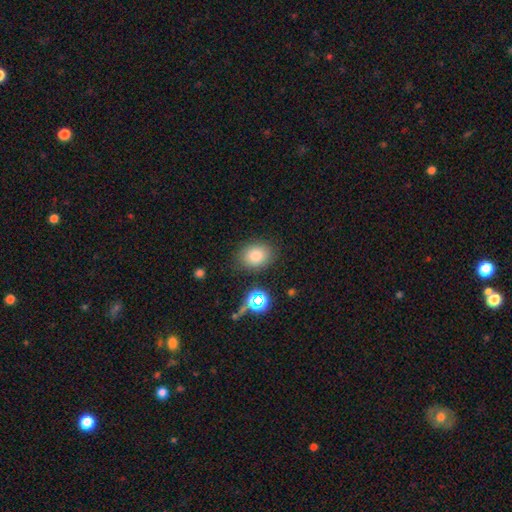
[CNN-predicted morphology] smooth_or_featured: smooth (p=0.77) [alt: star or artifact p=0.14]
how_rounded: in between (p=0.51) [alt: round p=0.48]
merging: none (p=0.82) [alt: minor disturbance p=0.11]